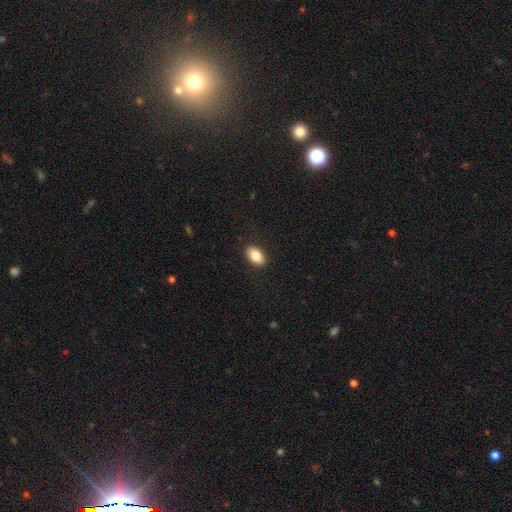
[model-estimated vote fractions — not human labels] Smooth or featured?
  - smooth: 84% *
  - featured or disk: 9%
  - star or artifact: 7%
How rounded?
  - in between: 91% *
  - round: 8%
  - cigar-shaped: 2%
Merging?
  - none: 90% *
  - minor disturbance: 8%
  - major disturbance: 2%
  - merger: 1%